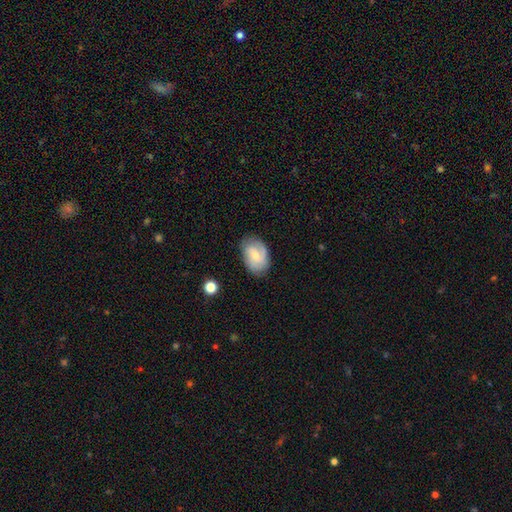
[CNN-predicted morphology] Overall: featured or disk (47%; smooth 45%). Merging: none (74%).